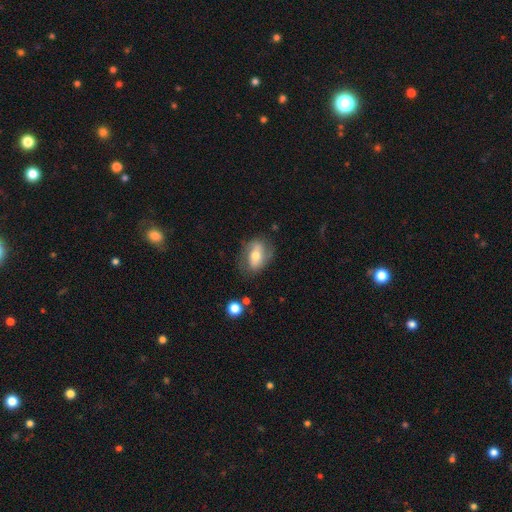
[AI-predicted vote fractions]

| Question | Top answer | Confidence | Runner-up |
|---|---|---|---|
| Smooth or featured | smooth | 48% | featured or disk (44%) |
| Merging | none | 67% | minor disturbance (22%) |